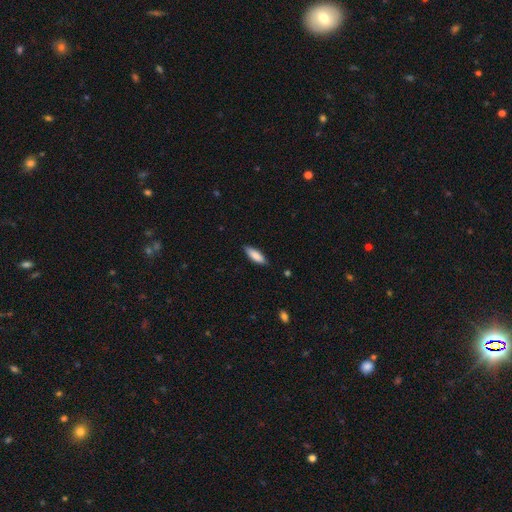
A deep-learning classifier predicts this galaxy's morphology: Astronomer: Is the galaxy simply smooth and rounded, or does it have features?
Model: smooth — 85%.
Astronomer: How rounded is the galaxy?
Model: in between — 57% (runner-up: cigar-shaped, 41%).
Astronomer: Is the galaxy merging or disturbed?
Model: none — 85%.